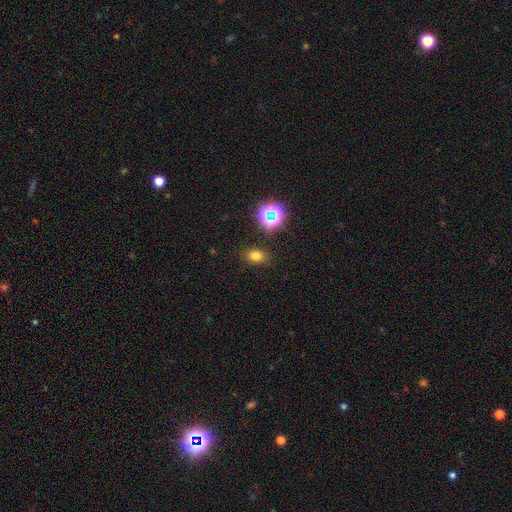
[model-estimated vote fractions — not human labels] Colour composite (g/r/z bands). It shows a smooth galaxy with no disk features (73%) that is in between round and cigar-shaped (67%). Merging: none (85%).